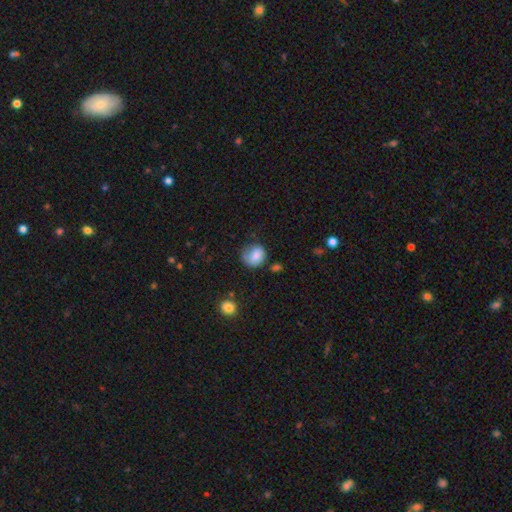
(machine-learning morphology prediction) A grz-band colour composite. It shows a smooth galaxy with no disk features (77%) that is round (78%). Merging: none (57%).